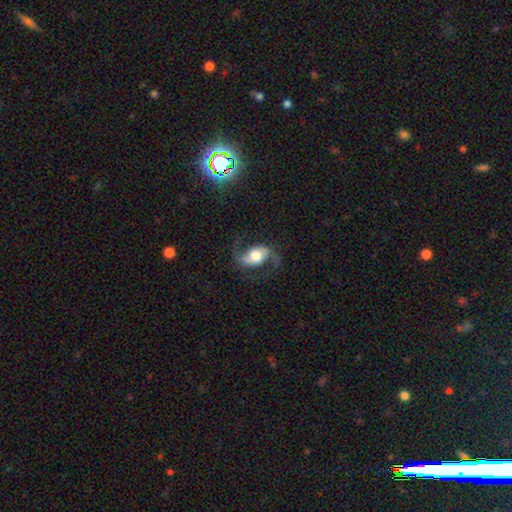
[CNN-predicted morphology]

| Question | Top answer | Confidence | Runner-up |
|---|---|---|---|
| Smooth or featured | featured or disk | 81% | smooth (13%) |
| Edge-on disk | no | 96% | yes (4%) |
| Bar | no | 40% | weak (34%) |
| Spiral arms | yes | 95% | no (5%) |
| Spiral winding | loose | 57% | medium (35%) |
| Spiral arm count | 2 | 93% | 1 (2%) |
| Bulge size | moderate | 47% | large (38%) |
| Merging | none | 74% | minor disturbance (13%) |